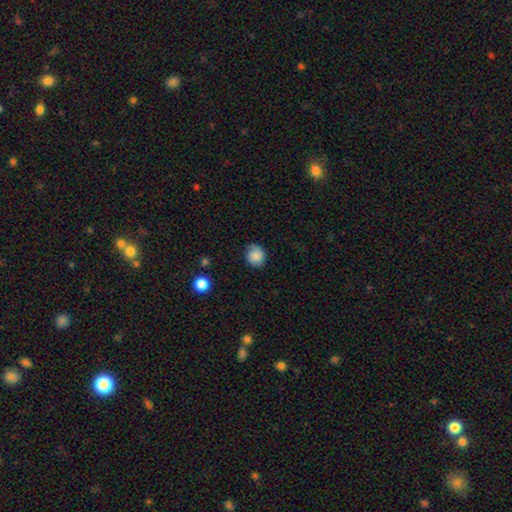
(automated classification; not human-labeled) Smooth or featured: smooth — 80% (featured or disk — 11%)
How rounded: round — 70% (in between — 29%)
Merging: none — 68% (minor disturbance — 25%)